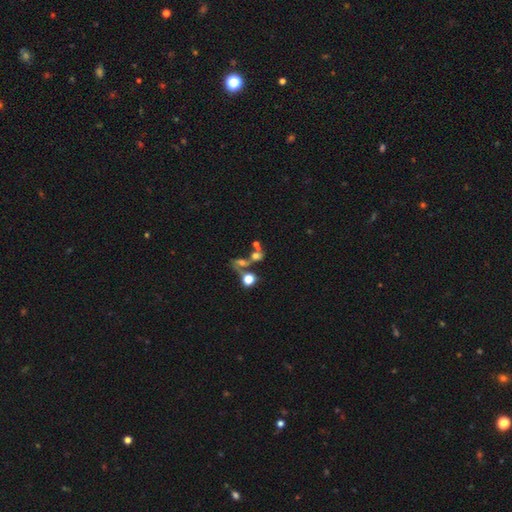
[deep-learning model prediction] This appears to be a smooth galaxy with no disk features (49%). Merging: merger (51%).